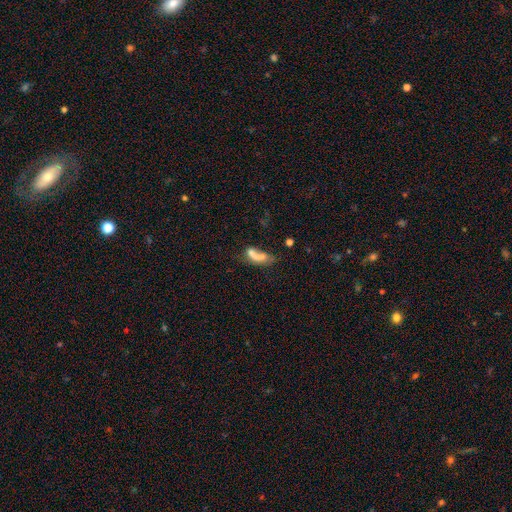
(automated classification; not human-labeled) Smooth or featured? Predicted: smooth (p=0.58). How rounded? Predicted: in between (p=0.70). Merging? Predicted: merger (p=0.32).